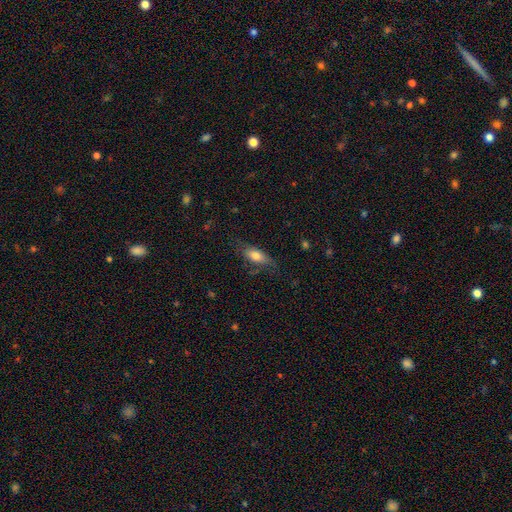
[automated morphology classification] This appears to be a smooth galaxy with no disk features (71%) that is in between round and cigar-shaped (77%). Merging: none (64%).